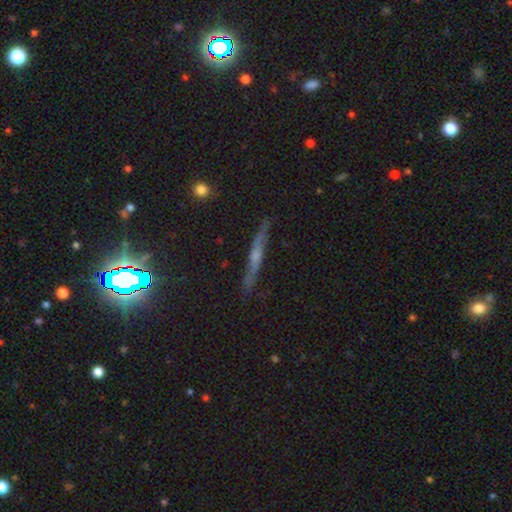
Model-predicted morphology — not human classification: The model was most divided on "edge-on bulge": rounded: 62%, none: 29%, boxy: 10%. More confident: edge-on disk — yes (94%); merging — none (85%); smooth or featured — featured or disk (63%).